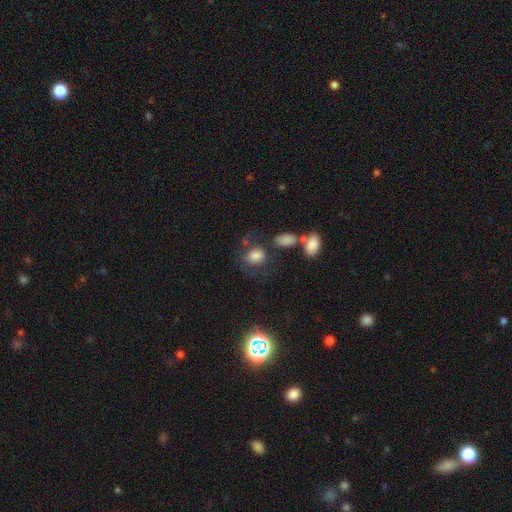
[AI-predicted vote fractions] smooth 80%, featured or disk 10%, star or artifact 10%. Down the decision tree: how rounded — in between (59%); merging — none (56%).